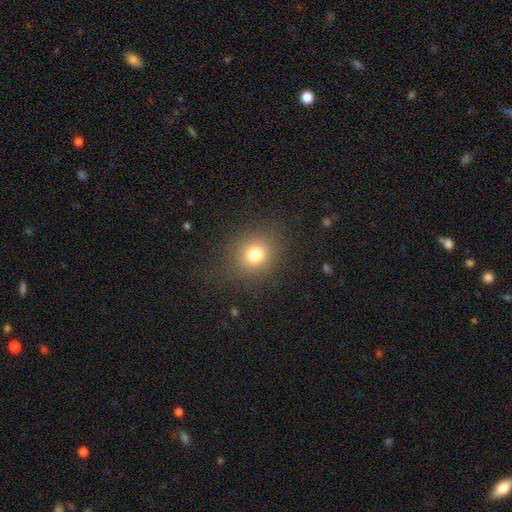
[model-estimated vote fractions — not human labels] This appears to be a smooth galaxy with no disk features (76%) that is round (78%). Merging: none (84%).